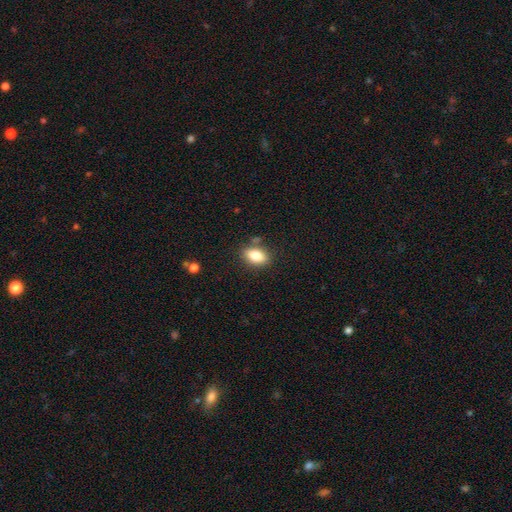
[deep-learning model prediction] Smooth or featured? smooth (82%)
How rounded? in between (86%)
Merging? none (79%)